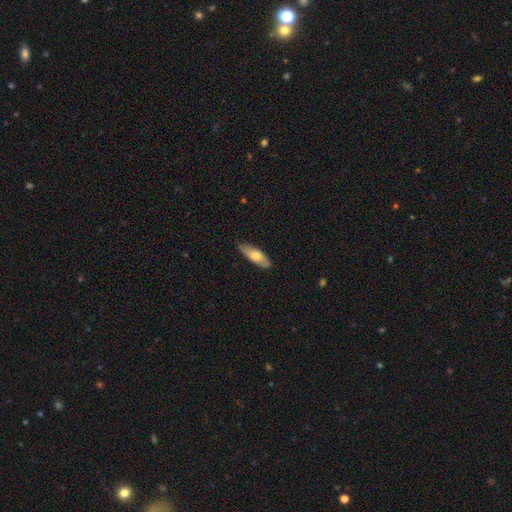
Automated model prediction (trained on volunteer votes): Smooth or featured? Predicted: smooth (p=0.63). How rounded? Predicted: in between (p=0.63). Merging? Predicted: none (p=0.80).